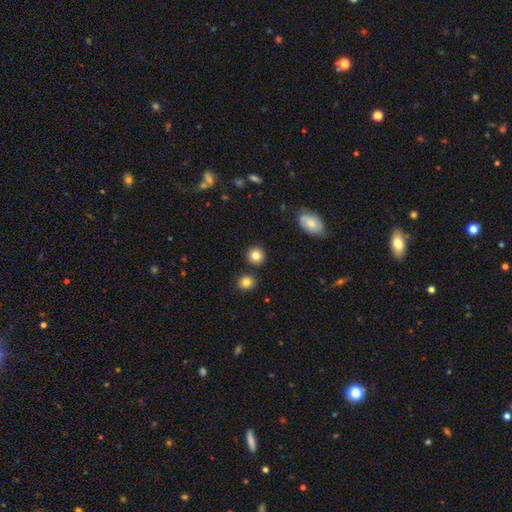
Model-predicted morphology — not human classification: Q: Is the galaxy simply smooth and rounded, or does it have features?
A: smooth — 83%.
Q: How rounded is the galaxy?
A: round — 91%.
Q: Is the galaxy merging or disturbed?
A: none — 88%.